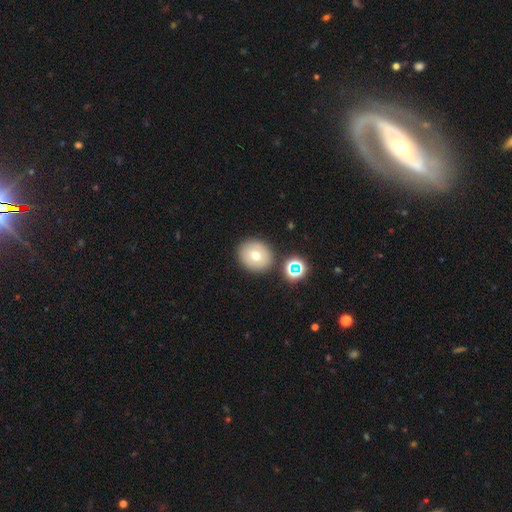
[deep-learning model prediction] A smooth galaxy with no disk features (70%) that is round (80%). Merging: none (82%).